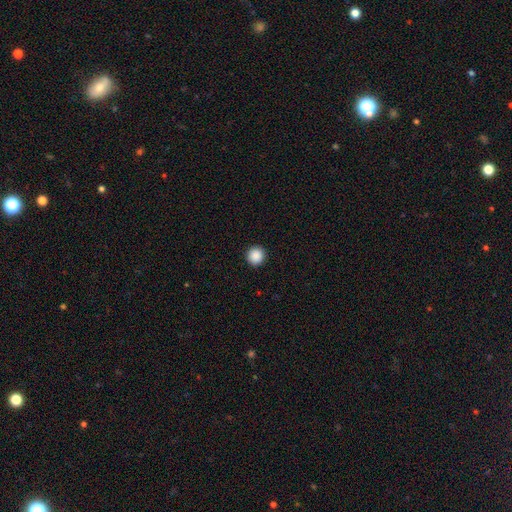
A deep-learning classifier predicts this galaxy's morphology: smooth 89%, star or artifact 9%, featured or disk 2%. Down the decision tree: how rounded — round (95%); merging — none (93%).